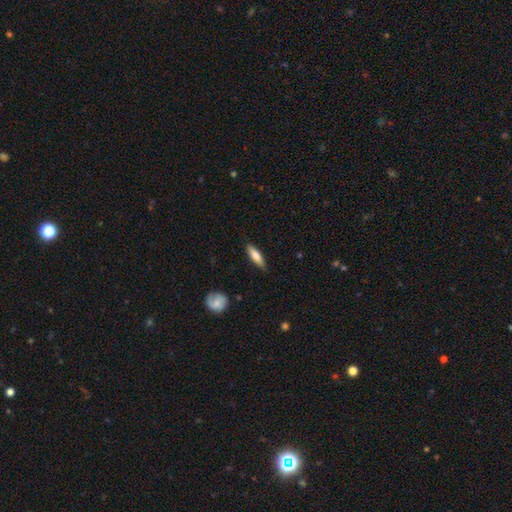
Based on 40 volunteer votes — This is likely a smooth galaxy (65%). How rounded: likely cigar-shaped (73%). Merging: clearly none (84%).